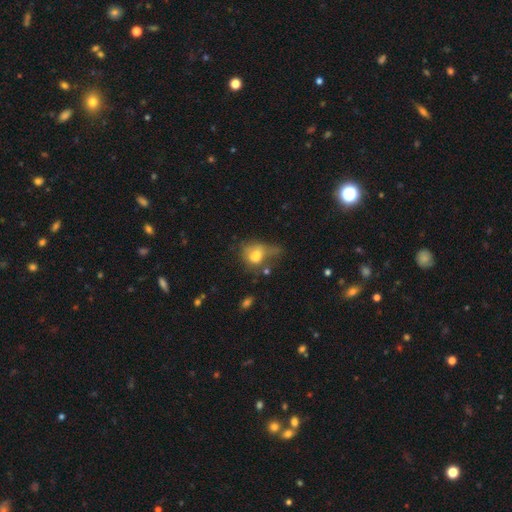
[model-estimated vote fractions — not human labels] Smooth or featured? Predicted: smooth (p=0.71). How rounded? Predicted: round (p=0.50). Merging? Predicted: major disturbance (p=0.37).